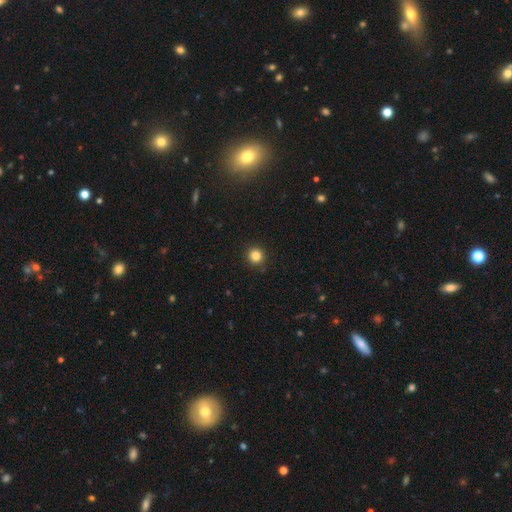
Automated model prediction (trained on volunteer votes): smooth 84%, star or artifact 12%, featured or disk 4%. Down the decision tree: how rounded — round (94%); merging — none (91%).